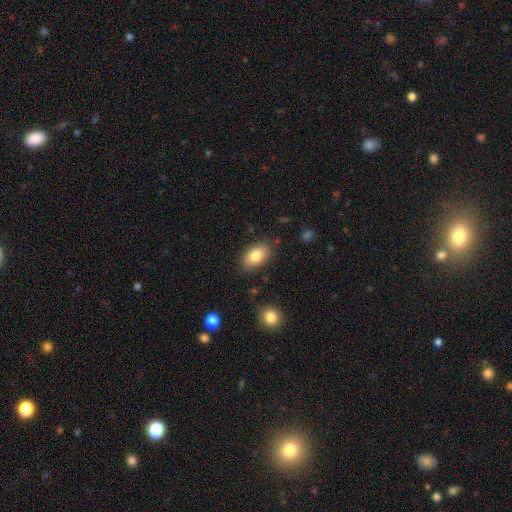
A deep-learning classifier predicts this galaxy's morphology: Smooth or featured? smooth (82%)
How rounded? in between (91%)
Merging? none (83%)